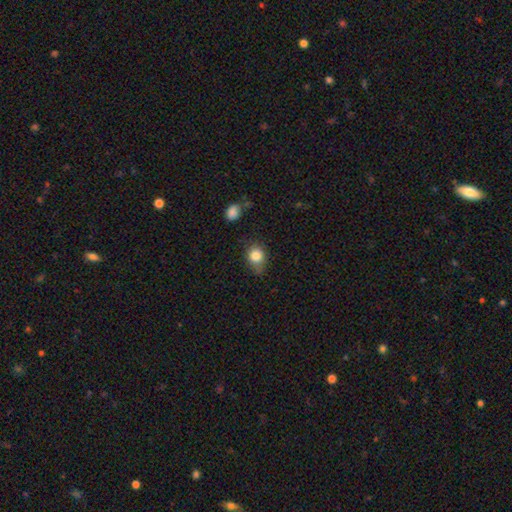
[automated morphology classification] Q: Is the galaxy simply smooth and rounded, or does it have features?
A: smooth — 83%.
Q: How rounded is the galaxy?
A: round — 66%.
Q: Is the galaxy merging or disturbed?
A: none — 64%.